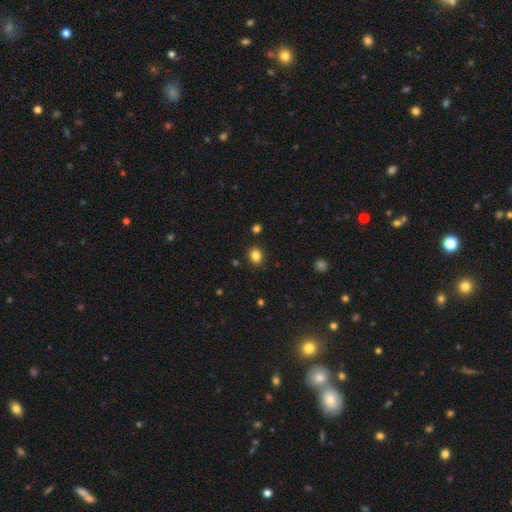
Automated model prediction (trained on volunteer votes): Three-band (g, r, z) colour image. It shows a smooth galaxy with no disk features (84%) that is round (61%). Merging: none (89%).